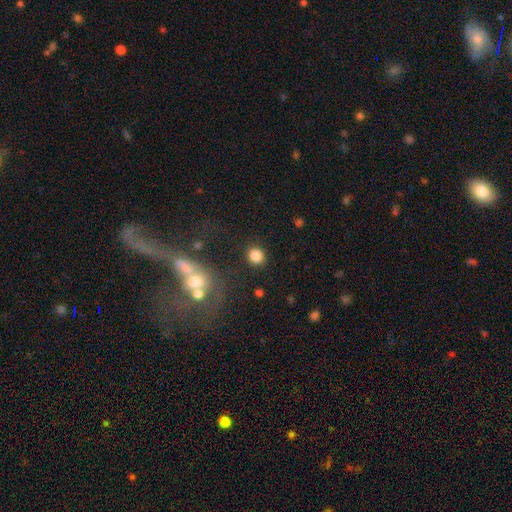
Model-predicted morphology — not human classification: A smooth galaxy with no disk features (84%) that is round (79%).

Vote fractions:
- Smooth or featured? smooth: 84% / star or artifact: 11% / featured or disk: 5%
- How rounded? round: 79% / in between: 20% / cigar-shaped: 1%
- Merging? none: 86% / minor disturbance: 7% / major disturbance: 3% / merger: 3%